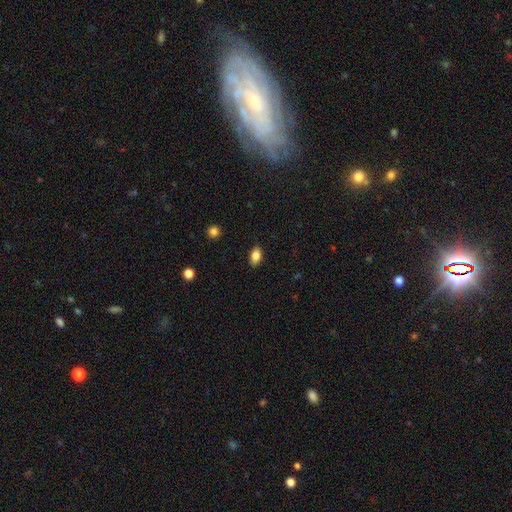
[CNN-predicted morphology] Smooth or featured: smooth — 85% (star or artifact — 8%)
How rounded: in between — 89% (round — 8%)
Merging: none — 87% (minor disturbance — 10%)